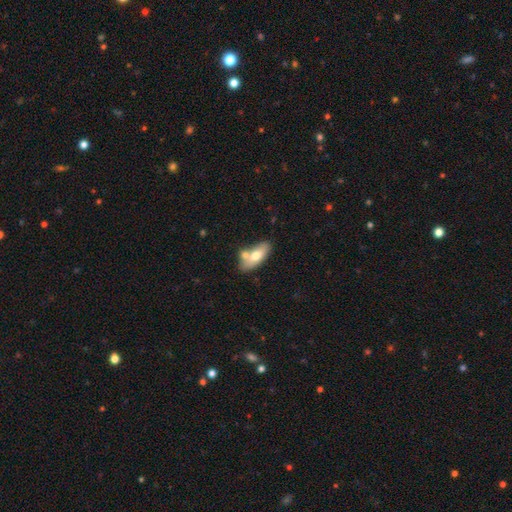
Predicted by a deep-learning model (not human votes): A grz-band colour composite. It shows a smooth galaxy with no disk features (67%) that is in between round and cigar-shaped (79%). Merging: none (59%).